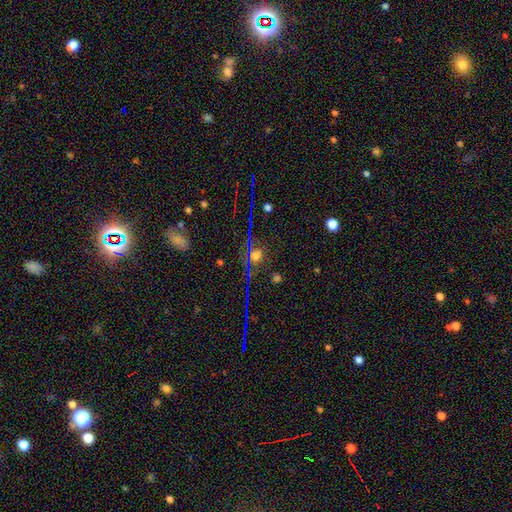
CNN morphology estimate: Smooth or featured? Predicted: star or artifact (p=0.54).